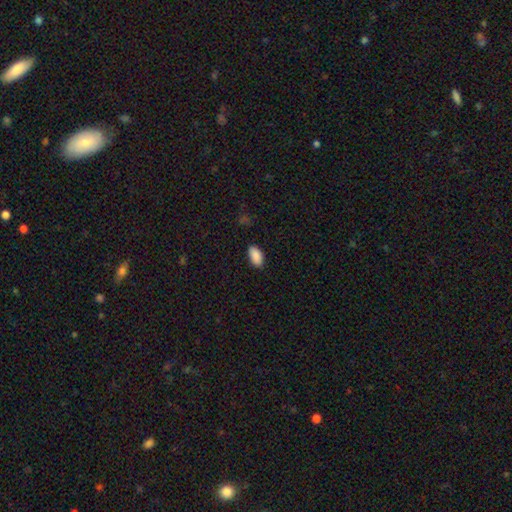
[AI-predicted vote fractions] smooth 90%, star or artifact 7%, featured or disk 3%. Down the decision tree: how rounded — in between (94%); merging — none (87%).